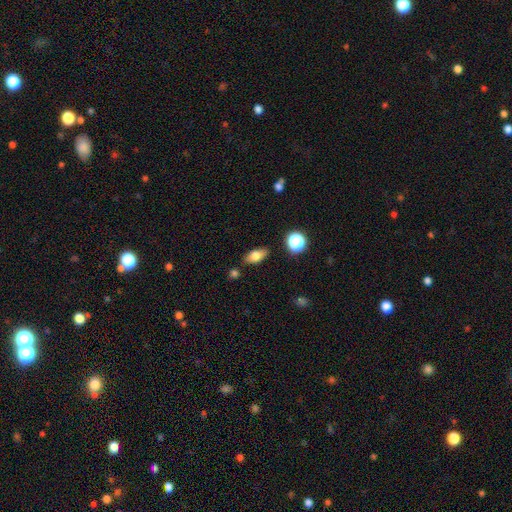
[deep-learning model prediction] smooth-or-featured: smooth: 75% | featured or disk: 16% | star or artifact: 10%
  how-rounded: in between: 82% | cigar-shaped: 11% | round: 8%
  merging: none: 83% | minor disturbance: 11% | merger: 4% | major disturbance: 3%